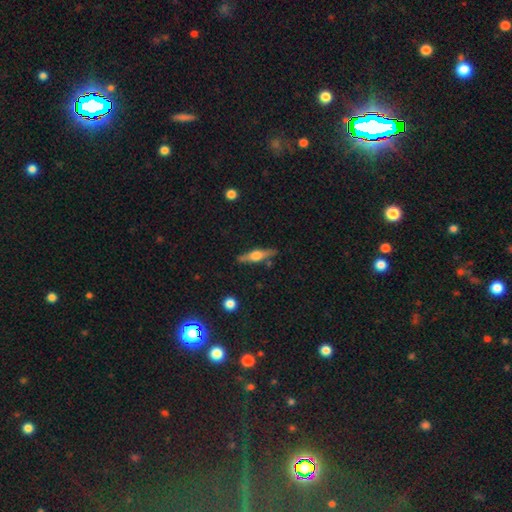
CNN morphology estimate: featured or disk 62%, smooth 32%, star or artifact 6%. Down the decision tree: edge-on disk — yes (95%); edge-on bulge — rounded (91%); merging — none (85%).